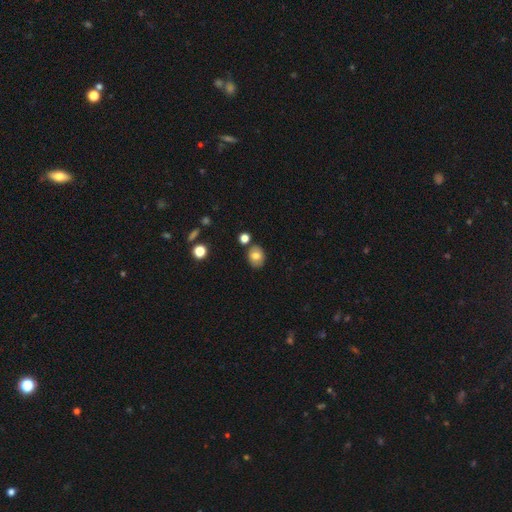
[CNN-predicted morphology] Smooth or featured: smooth — 75% (featured or disk — 15%)
How rounded: in between — 54% (round — 45%)
Merging: none — 80% (minor disturbance — 11%)